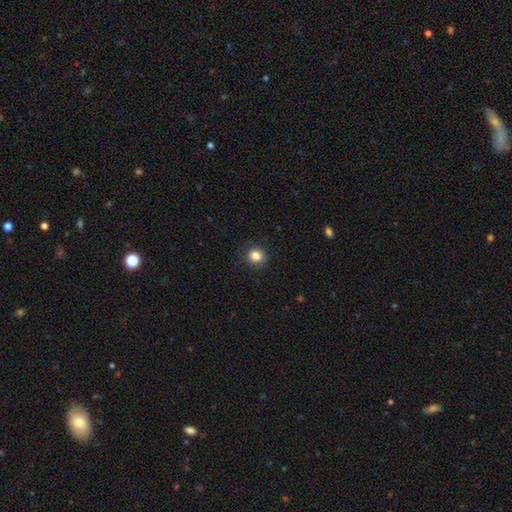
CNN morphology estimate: smooth-or-featured: smooth: 84% | star or artifact: 11% | featured or disk: 5%
  how-rounded: round: 87% | in between: 12% | cigar-shaped: 1%
  merging: none: 88% | minor disturbance: 8% | major disturbance: 2% | merger: 1%